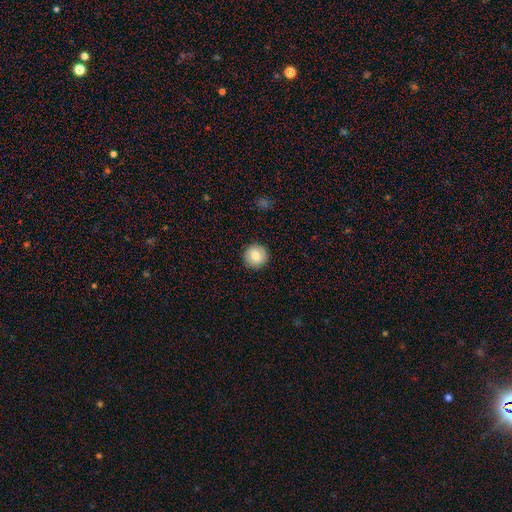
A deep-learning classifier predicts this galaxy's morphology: This is clearly a smooth galaxy (80%). How rounded: clearly round (93%). Merging: clearly none (90%).